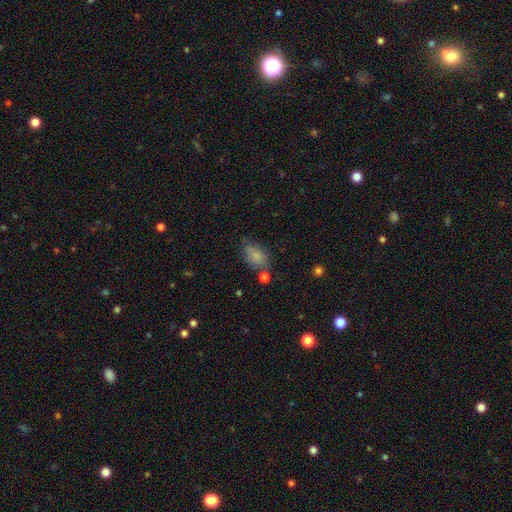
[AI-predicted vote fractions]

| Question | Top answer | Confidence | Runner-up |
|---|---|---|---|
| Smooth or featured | smooth | 80% | featured or disk (11%) |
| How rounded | in between | 89% | round (9%) |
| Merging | none | 57% | minor disturbance (25%) |